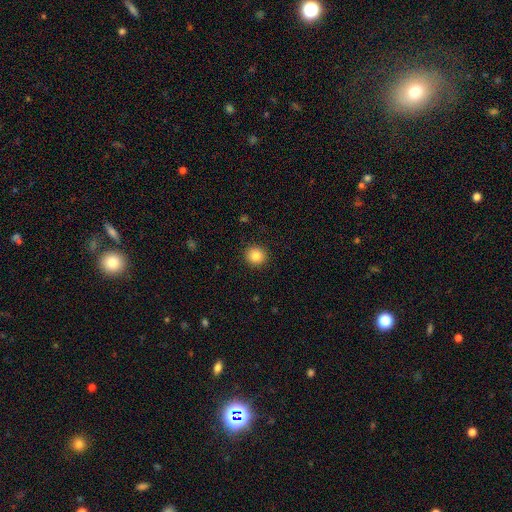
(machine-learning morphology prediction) Smooth or featured: smooth — 85% (star or artifact — 10%)
How rounded: round — 92% (in between — 7%)
Merging: none — 92% (minor disturbance — 5%)